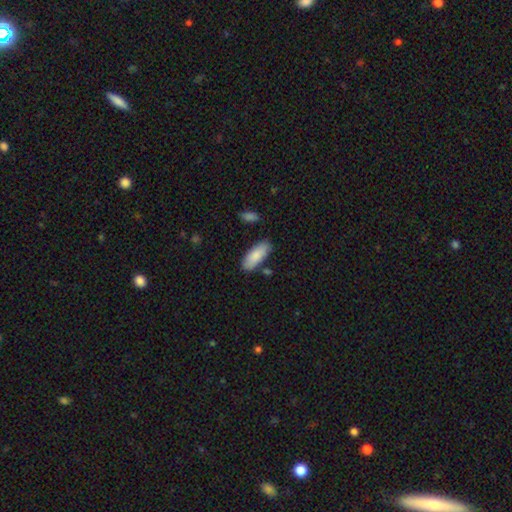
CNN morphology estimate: Smooth or featured? Predicted: smooth (p=0.85). How rounded? Predicted: in between (p=0.77). Merging? Predicted: none (p=0.80).